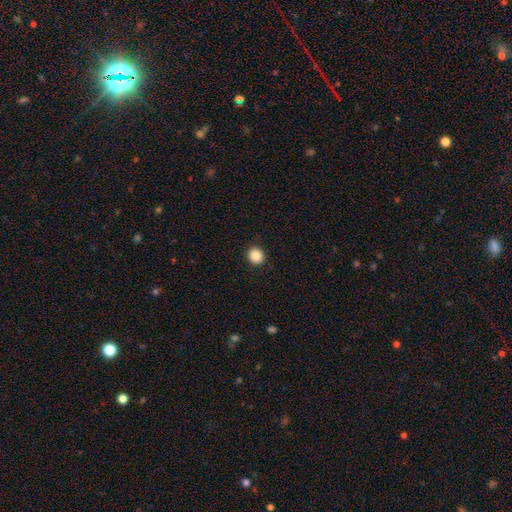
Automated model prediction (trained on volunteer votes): Morphology: type=smooth (88%); roundness=round (87%); merging=none (92%).